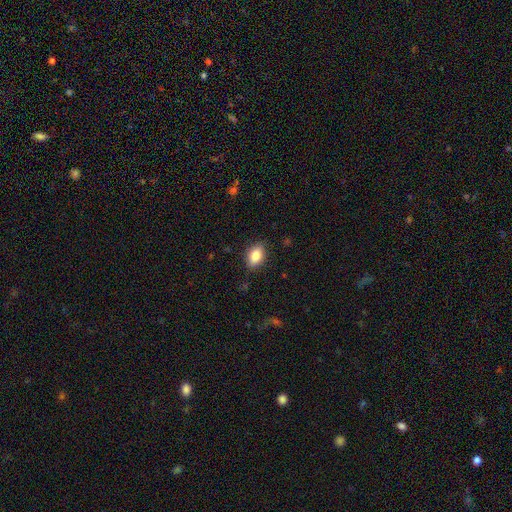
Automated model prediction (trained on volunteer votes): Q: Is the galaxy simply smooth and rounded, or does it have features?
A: smooth — 83%.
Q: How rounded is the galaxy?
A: in between — 87%.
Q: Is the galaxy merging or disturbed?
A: none — 85%.